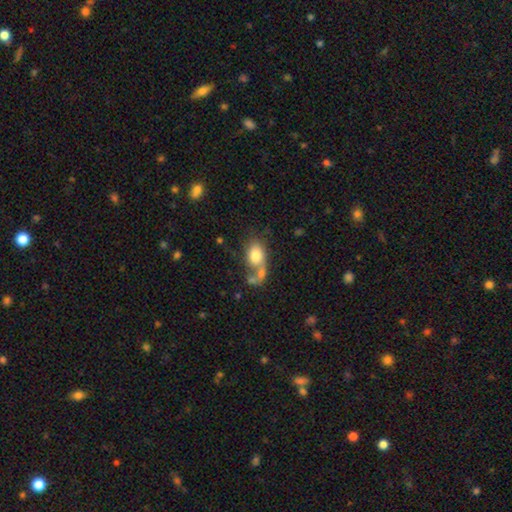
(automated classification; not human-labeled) Smooth or featured? Predicted: smooth (p=0.73). How rounded? Predicted: in between (p=0.75). Merging? Predicted: merger (p=0.40).